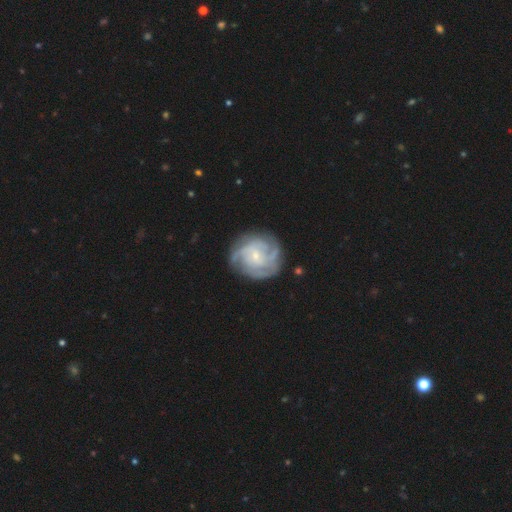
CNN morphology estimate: smooth_or_featured: featured or disk (p=0.84) [alt: smooth p=0.11]
disk_edge_on: no (p=0.98) [alt: yes p=0.02]
bar: no (p=0.65) [alt: weak p=0.29]
has_spiral_arms: yes (p=0.95) [alt: no p=0.05]
spiral_winding: tight (p=0.62) [alt: medium p=0.31]
spiral_arm_count: can't tell (p=0.27) [tied with: 3 p=0.27]
bulge_size: small (p=0.75) [alt: moderate p=0.20]
merging: none (p=0.77) [alt: minor disturbance p=0.15]